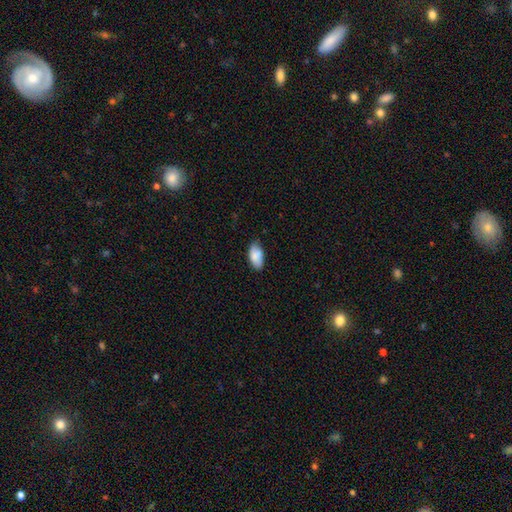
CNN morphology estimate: smooth-or-featured: smooth: 84% | featured or disk: 9% | star or artifact: 7%
  how-rounded: in between: 94% | cigar-shaped: 3% | round: 2%
  merging: none: 72% | minor disturbance: 23% | major disturbance: 3% | merger: 1%